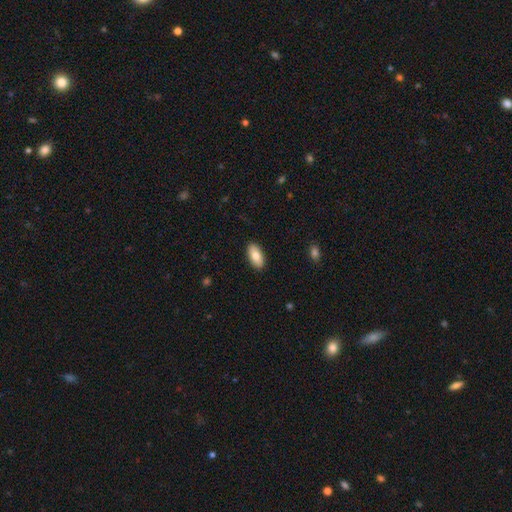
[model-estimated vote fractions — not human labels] A smooth galaxy with no disk features (81%) that is in between round and cigar-shaped (91%). Merging: none (89%).